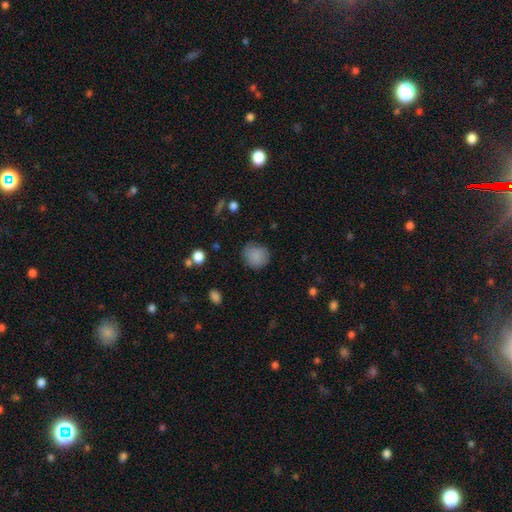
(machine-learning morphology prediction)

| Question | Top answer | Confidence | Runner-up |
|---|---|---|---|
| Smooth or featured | smooth | 86% | star or artifact (9%) |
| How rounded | round | 82% | in between (17%) |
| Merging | none | 78% | minor disturbance (16%) |